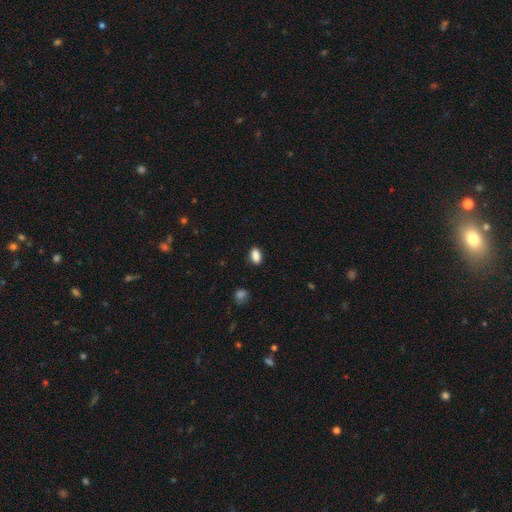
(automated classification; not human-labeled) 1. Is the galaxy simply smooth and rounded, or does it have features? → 88% smooth, 9% star or artifact, 4% featured or disk.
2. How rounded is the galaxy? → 87% in between, 9% round, 4% cigar-shaped.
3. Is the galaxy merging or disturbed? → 86% none, 11% minor disturbance, 2% major disturbance, 1% merger.